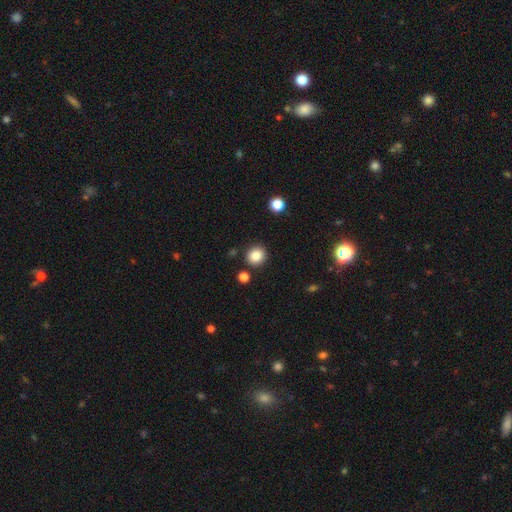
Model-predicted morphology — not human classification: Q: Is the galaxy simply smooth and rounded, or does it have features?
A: smooth — 85%.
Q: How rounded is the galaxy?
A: round — 87%.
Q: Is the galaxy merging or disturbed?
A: none — 87%.